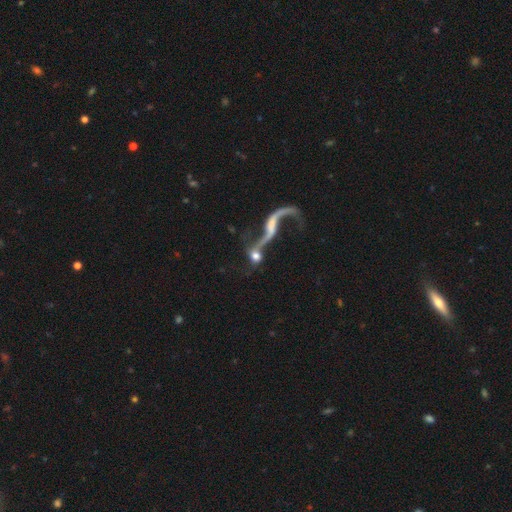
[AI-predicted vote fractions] The model was most divided on "merging": merger: 42%, none: 32%, major disturbance: 16%, minor disturbance: 10%. More confident: edge-on disk — no (90%); smooth or featured — featured or disk (51%).